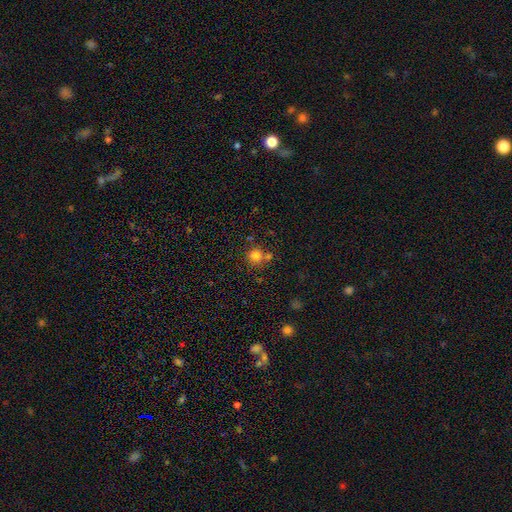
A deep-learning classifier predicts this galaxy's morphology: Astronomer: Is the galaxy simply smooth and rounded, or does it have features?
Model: smooth — 77%.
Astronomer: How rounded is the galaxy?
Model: round — 85%.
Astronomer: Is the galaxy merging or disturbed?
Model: none — 57%.